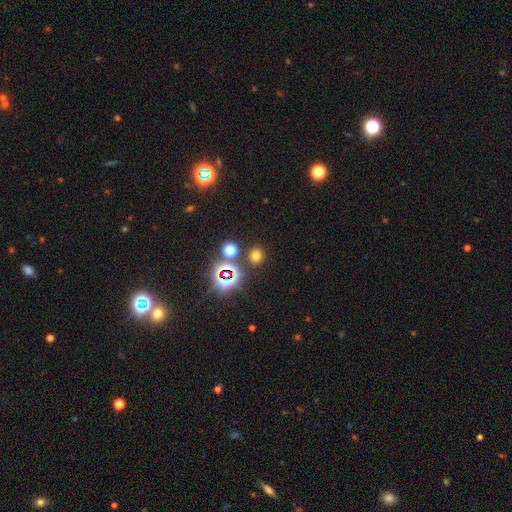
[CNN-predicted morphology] Q: Smooth or featured?
A: smooth (61%); runner-up: star or artifact (32%)
Q: How rounded?
A: round (85%); runner-up: in between (13%)
Q: Merging?
A: none (86%); runner-up: minor disturbance (6%)